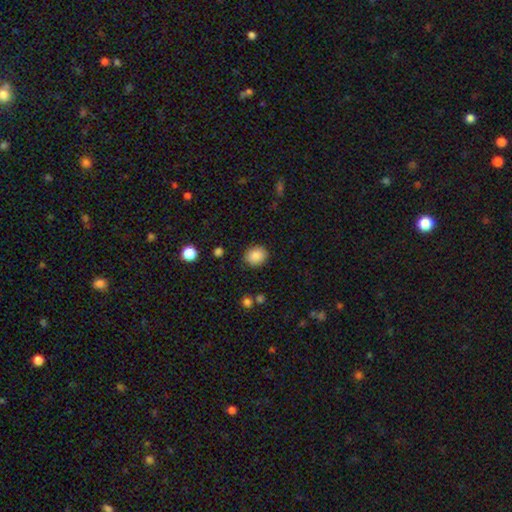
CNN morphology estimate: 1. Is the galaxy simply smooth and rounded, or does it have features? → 87% smooth, 9% star or artifact, 4% featured or disk.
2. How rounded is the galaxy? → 68% round, 31% in between, 1% cigar-shaped.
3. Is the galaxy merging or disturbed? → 87% none, 9% minor disturbance, 3% major disturbance, 1% merger.